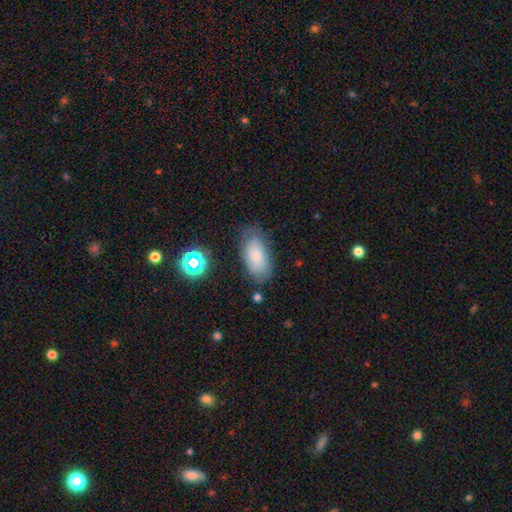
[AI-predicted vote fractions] Overall: smooth (70%). How rounded: in between (92%). Merging: none (71%).